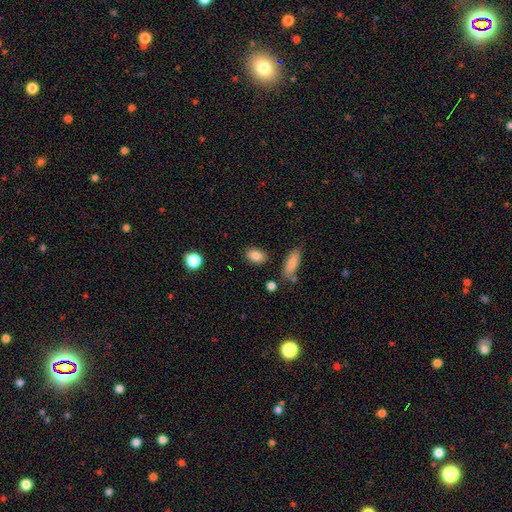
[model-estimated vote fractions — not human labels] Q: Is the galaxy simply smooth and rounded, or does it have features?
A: smooth — 85%.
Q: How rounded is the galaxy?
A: in between — 82%.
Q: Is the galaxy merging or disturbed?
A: none — 84%.